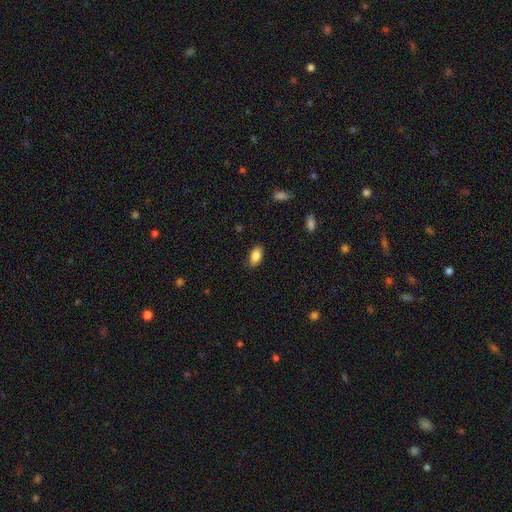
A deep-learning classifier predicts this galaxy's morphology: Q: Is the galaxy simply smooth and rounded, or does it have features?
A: smooth — 85%.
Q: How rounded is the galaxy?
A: in between — 91%.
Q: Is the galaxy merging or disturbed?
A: none — 83%.